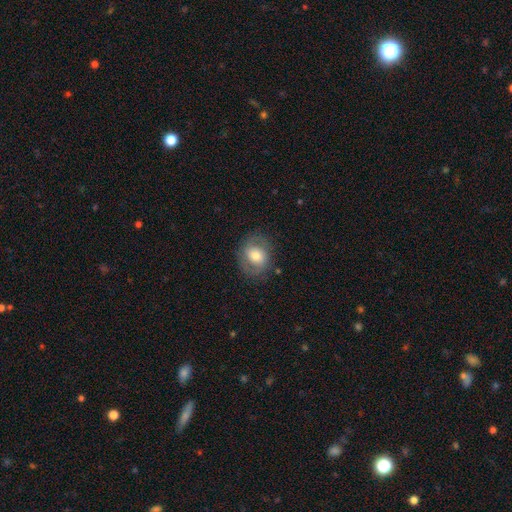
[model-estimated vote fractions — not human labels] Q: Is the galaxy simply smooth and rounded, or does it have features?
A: smooth — 51%.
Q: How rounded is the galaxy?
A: round — 63%.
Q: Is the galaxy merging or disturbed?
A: none — 76%.